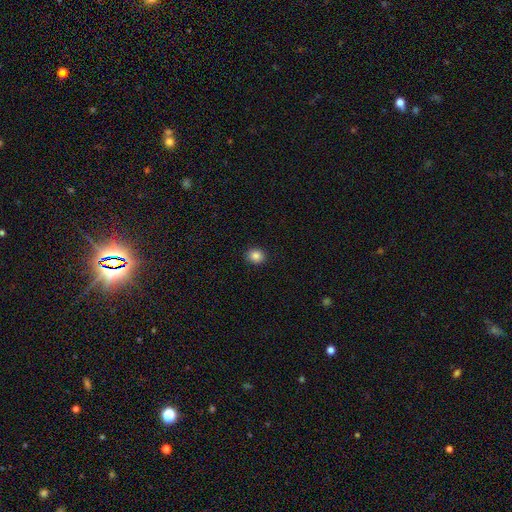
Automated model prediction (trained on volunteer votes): Overall: smooth (85%). How rounded: round (74%). Merging: none (91%).